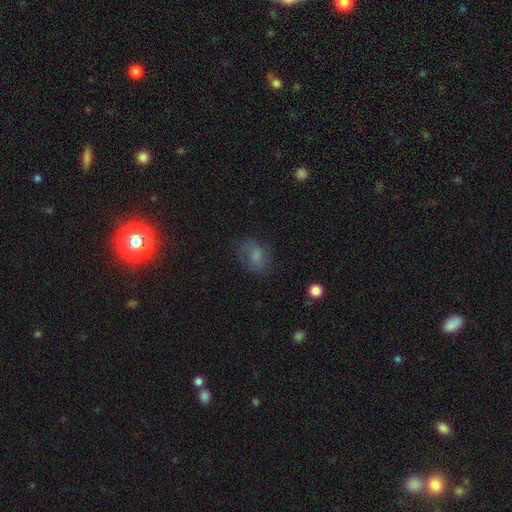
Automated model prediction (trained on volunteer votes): smooth_or_featured: smooth (p=0.61) [alt: featured or disk p=0.25]
how_rounded: in between (p=0.69) [alt: round p=0.30]
merging: none (p=0.64) [alt: minor disturbance p=0.21]